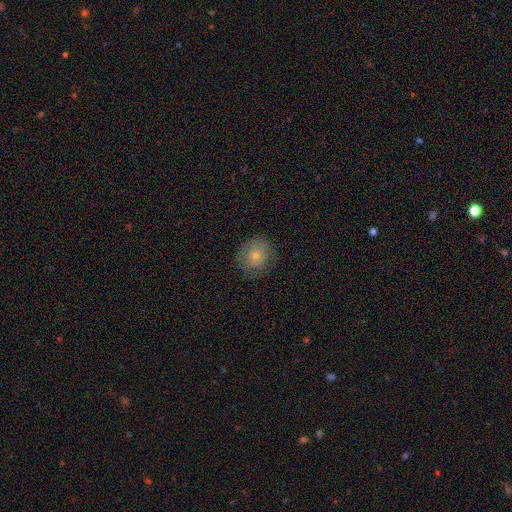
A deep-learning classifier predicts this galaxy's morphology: smooth 52%, featured or disk 36%, star or artifact 12%. Down the decision tree: how rounded — round (82%); merging — none (80%).